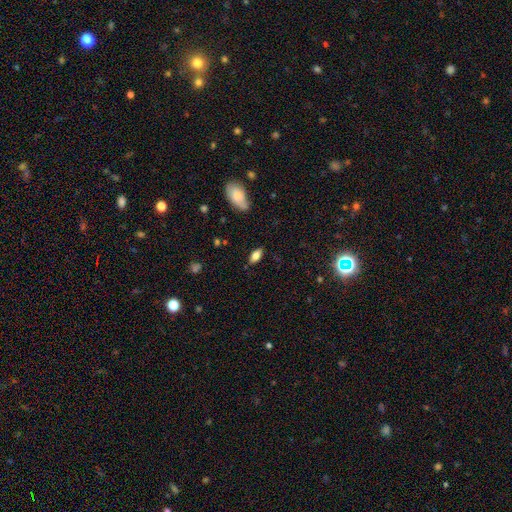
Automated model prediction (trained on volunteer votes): A smooth galaxy with no disk features (75%) that is in between round and cigar-shaped (86%). Merging: none (83%).